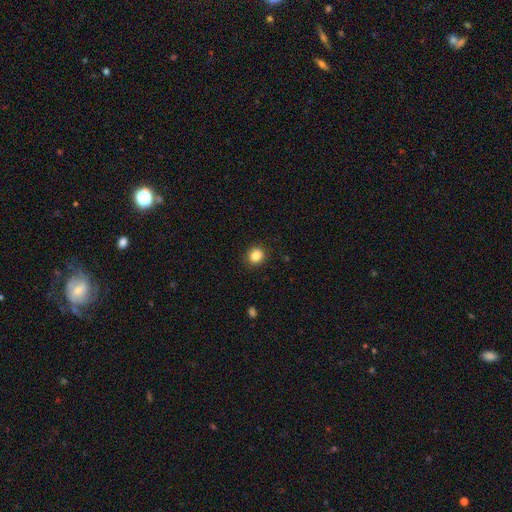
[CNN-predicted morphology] This is clearly a smooth galaxy (86%). How rounded: likely round (80%). Merging: clearly none (90%).